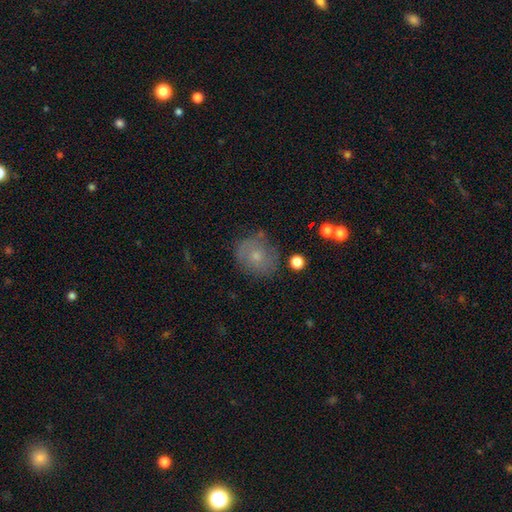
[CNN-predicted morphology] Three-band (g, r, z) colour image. It shows a smooth galaxy with no disk features (59%) that is round (80%). Merging: none (72%).